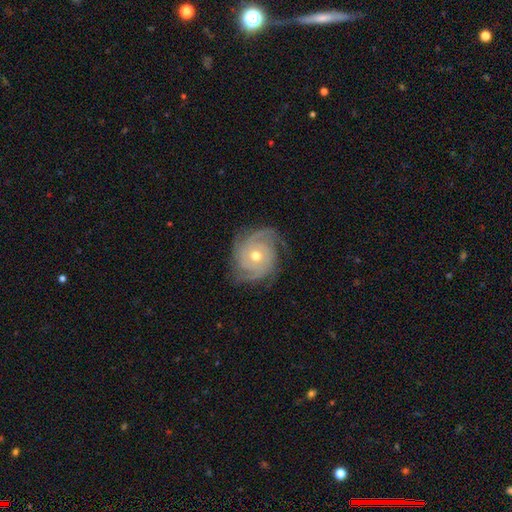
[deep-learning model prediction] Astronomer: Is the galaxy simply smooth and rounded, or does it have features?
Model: featured or disk — 89%.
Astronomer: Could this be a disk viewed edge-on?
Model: no — 97%.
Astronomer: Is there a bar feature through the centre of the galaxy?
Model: no — 80%.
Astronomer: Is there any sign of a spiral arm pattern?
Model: yes — 97%.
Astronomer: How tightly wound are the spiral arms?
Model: tight — 72%.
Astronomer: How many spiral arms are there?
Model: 3 — 42% (runner-up: 4, 17%).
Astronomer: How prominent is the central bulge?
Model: moderate — 66%.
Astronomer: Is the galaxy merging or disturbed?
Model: none — 77%.